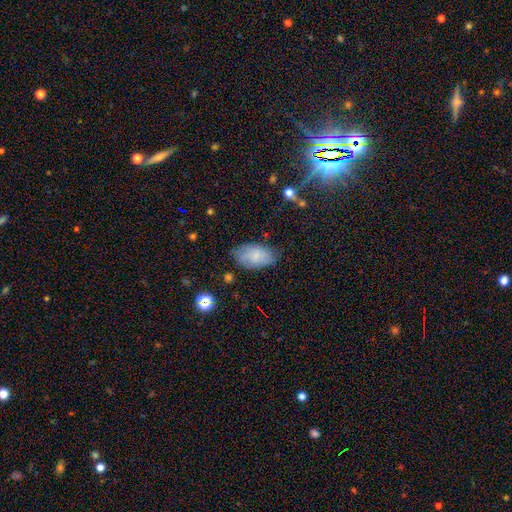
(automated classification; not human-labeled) Smooth or featured? smooth (76%)
How rounded? in between (94%)
Merging? none (69%)